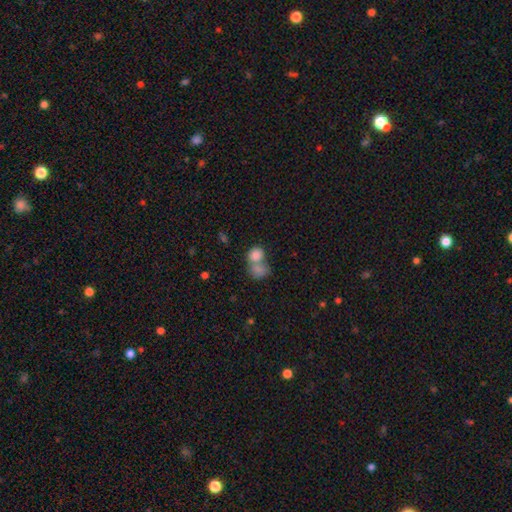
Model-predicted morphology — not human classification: Smooth or featured? Predicted: smooth (p=0.83). How rounded? Predicted: round (p=0.60). Merging? Predicted: merger (p=0.61).